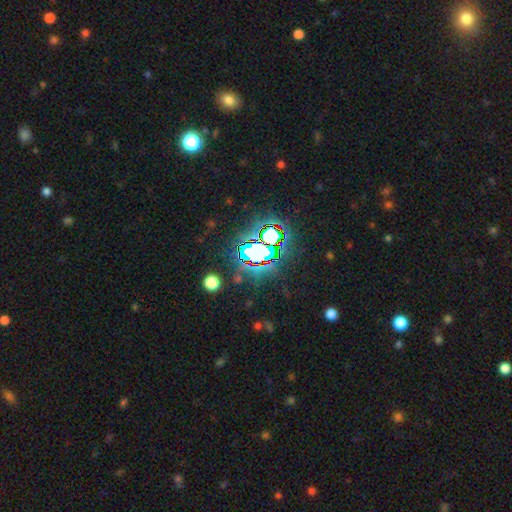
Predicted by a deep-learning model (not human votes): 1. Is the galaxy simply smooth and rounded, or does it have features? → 75% star or artifact, 14% smooth, 11% featured or disk.